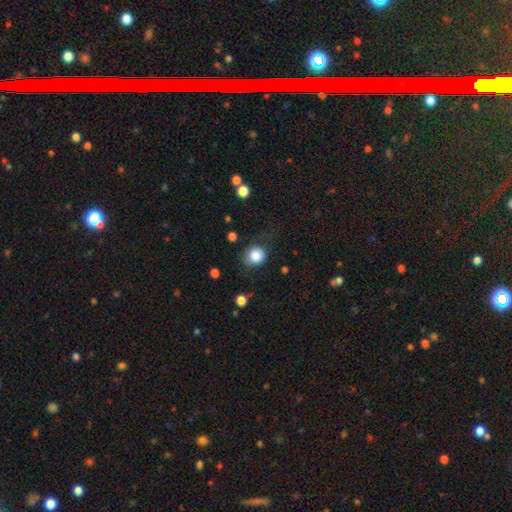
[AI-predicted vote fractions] Smooth or featured? Predicted: smooth (p=0.84). How rounded? Predicted: round (p=0.81). Merging? Predicted: none (p=0.68).